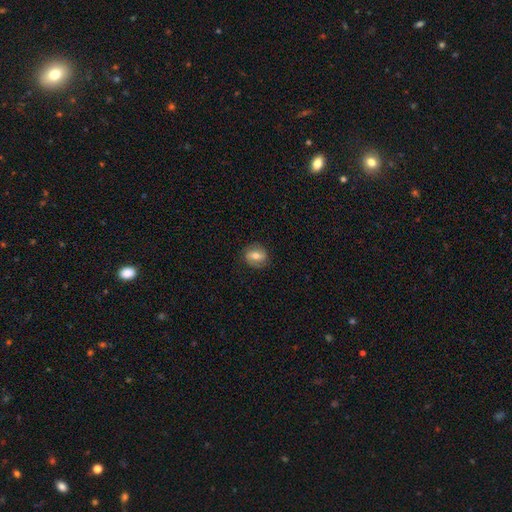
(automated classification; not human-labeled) Smooth or featured: smooth — 51% (featured or disk — 41%)
How rounded: round — 56% (in between — 42%)
Merging: none — 83% (minor disturbance — 12%)